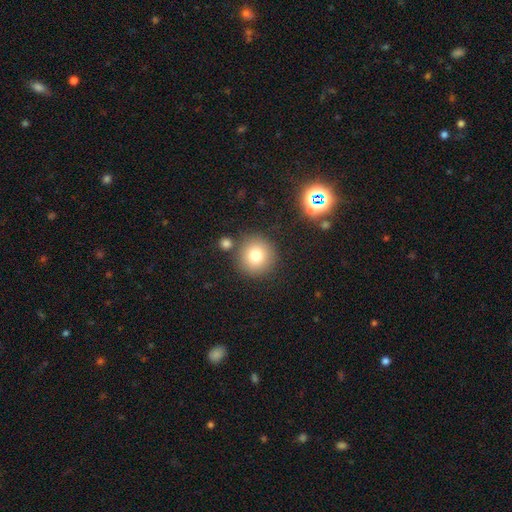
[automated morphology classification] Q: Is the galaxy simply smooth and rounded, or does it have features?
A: smooth — 77%.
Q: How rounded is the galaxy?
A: round — 95%.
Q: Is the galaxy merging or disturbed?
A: none — 83%.